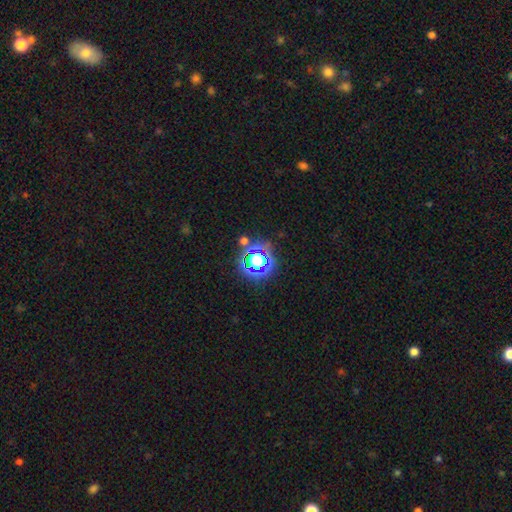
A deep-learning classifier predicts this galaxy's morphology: The model was most divided on "smooth or featured": star or artifact: 58%, smooth: 28%, featured or disk: 13%.